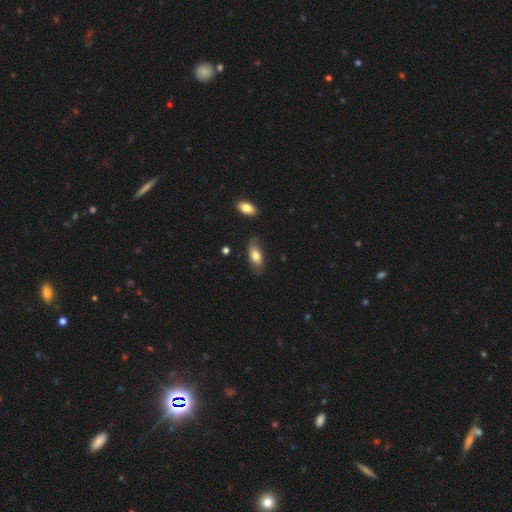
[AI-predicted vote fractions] Smooth or featured: smooth — 76% (featured or disk — 17%)
How rounded: in between — 87% (cigar-shaped — 10%)
Merging: none — 67% (minor disturbance — 25%)